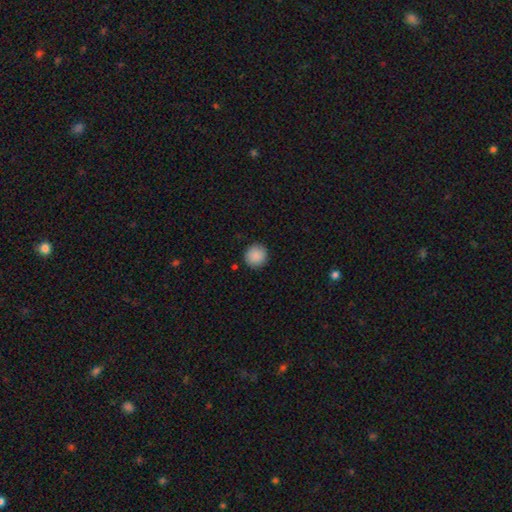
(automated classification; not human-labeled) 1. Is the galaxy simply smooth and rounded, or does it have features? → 89% smooth, 8% star or artifact, 3% featured or disk.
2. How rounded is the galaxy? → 94% round, 5% in between, 1% cigar-shaped.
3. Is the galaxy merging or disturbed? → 91% none, 6% minor disturbance, 2% major disturbance, 1% merger.